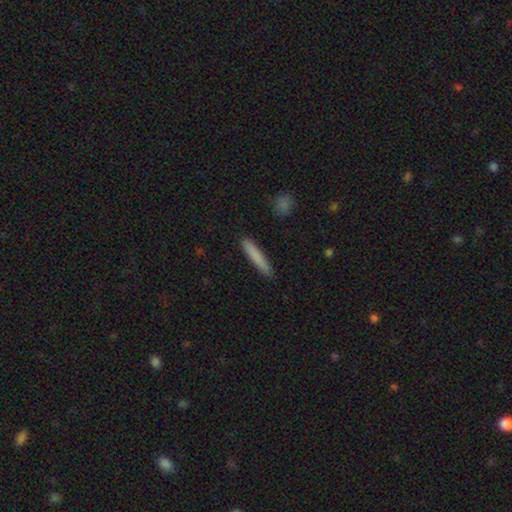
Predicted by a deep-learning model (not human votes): Smooth or featured? smooth (82%)
How rounded? cigar-shaped (93%)
Merging? none (90%)